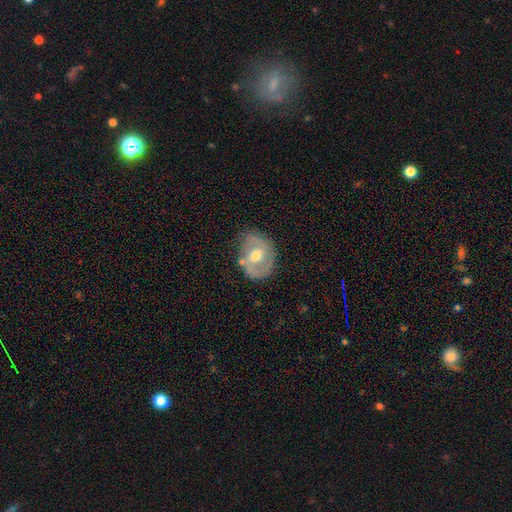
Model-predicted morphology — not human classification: This is likely a featured or disk galaxy (64%). It is clearly not viewed edge-on (96%). Bar: possibly no (51%). Spiral arm pattern: possibly yes (59%). Central bulge: likely moderate (76%). Merging: likely none (66%).